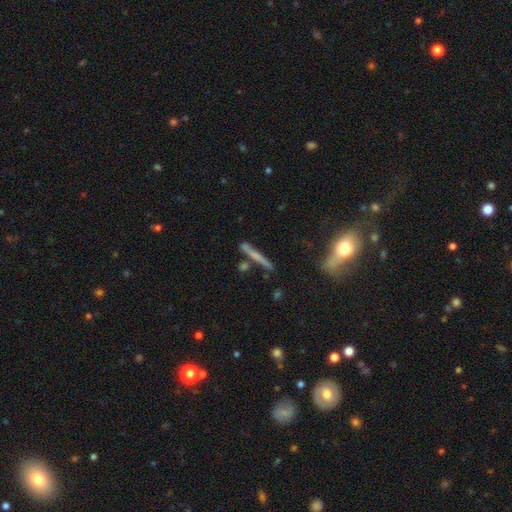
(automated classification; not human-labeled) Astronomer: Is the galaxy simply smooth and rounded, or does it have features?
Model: smooth — 47% (runner-up: featured or disk, 44%).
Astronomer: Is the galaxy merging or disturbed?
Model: none — 75%.